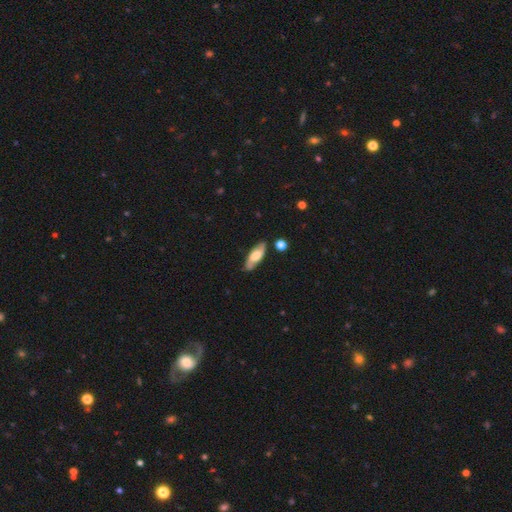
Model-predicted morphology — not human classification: The model was most divided on "smooth or featured": featured or disk: 52%, smooth: 42%, star or artifact: 6%. More confident: merging — none (79%); edge-on disk — no (71%).